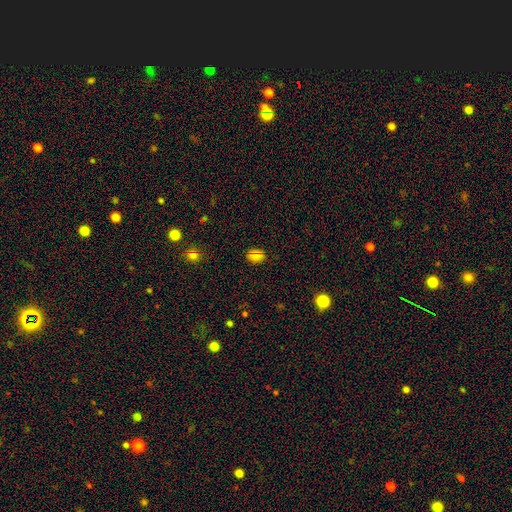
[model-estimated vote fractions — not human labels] smooth_or_featured: smooth (p=0.74) [alt: star or artifact p=0.17]
how_rounded: in between (p=0.63) [alt: round p=0.36]
merging: none (p=0.86) [alt: minor disturbance p=0.11]